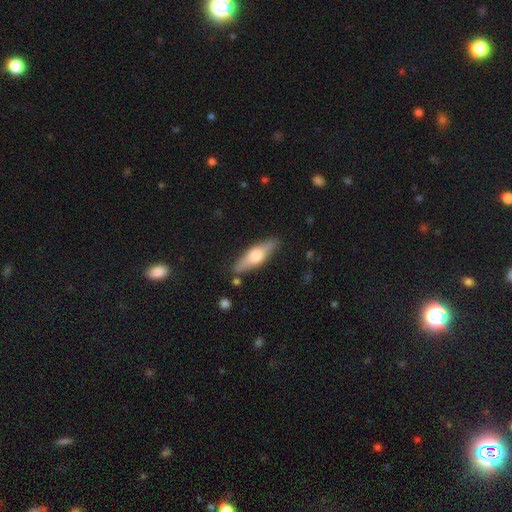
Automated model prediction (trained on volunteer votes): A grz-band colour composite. It shows a smooth galaxy with no disk features (49%). Merging: none (84%).